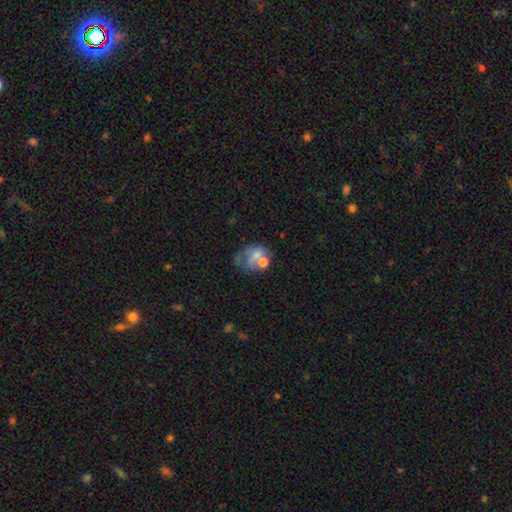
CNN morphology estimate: type=smooth (52%); roundness=in between (56%); merging=major disturbance (28%, tied with none).